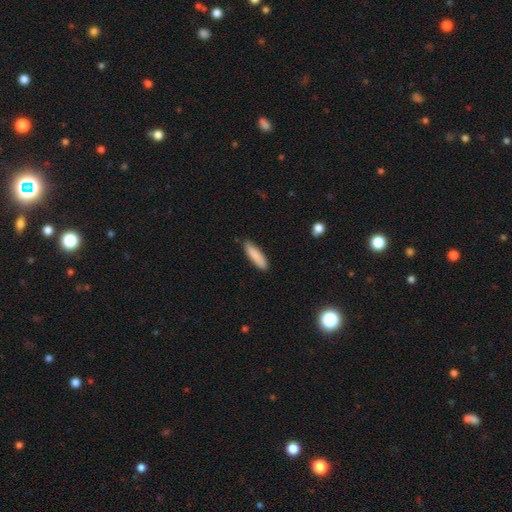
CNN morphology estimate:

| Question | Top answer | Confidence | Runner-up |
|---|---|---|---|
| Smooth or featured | smooth | 86% | featured or disk (8%) |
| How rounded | cigar-shaped | 68% | in between (31%) |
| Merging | none | 86% | minor disturbance (11%) |